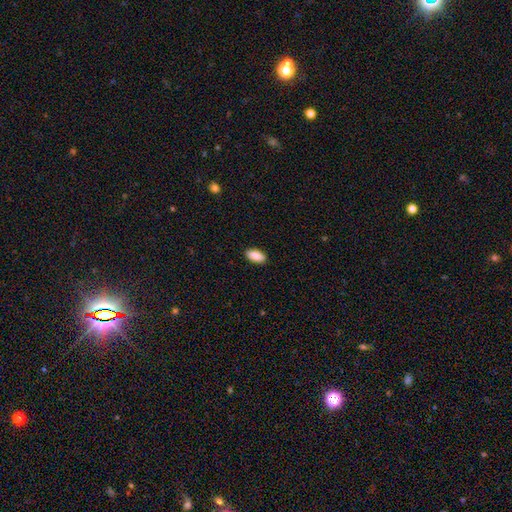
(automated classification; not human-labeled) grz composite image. It shows a smooth galaxy with no disk features (89%) that is in between round and cigar-shaped (91%). Merging: none (90%).